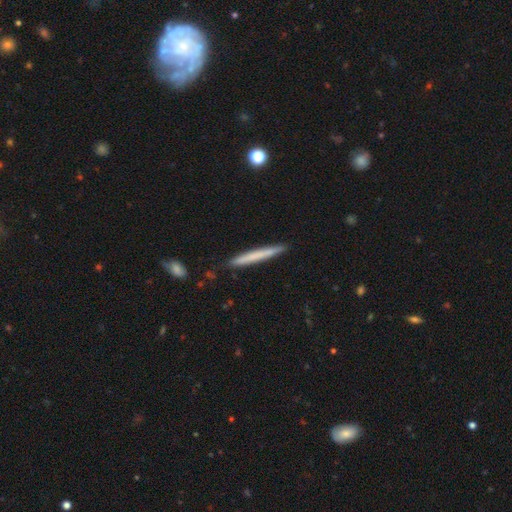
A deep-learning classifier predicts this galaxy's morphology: type=smooth (65%); roundness=cigar-shaped (97%); merging=none (90%).